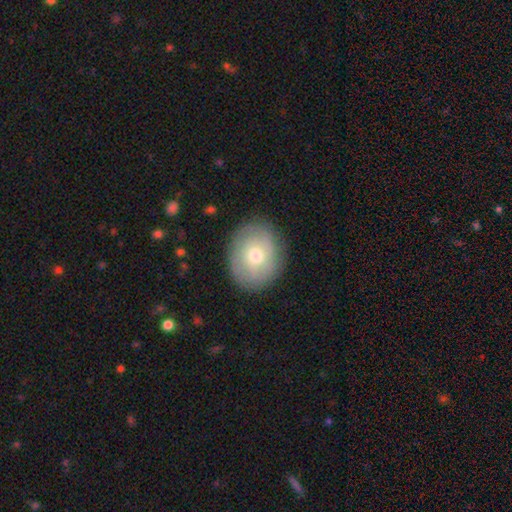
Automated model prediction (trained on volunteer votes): Morphology: type=smooth (55%); roundness=round (51%); merging=none (84%).